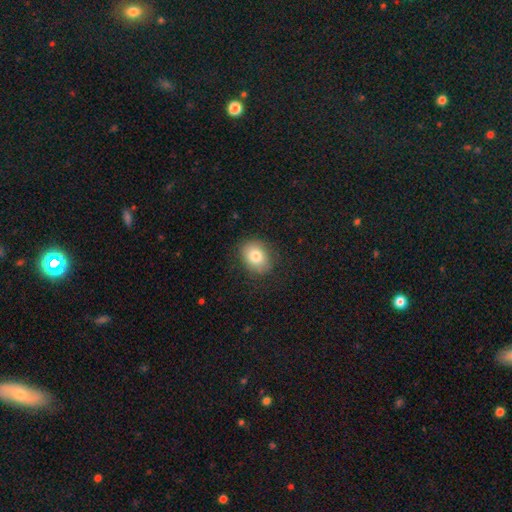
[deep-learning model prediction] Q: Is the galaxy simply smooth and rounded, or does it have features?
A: smooth — 80%.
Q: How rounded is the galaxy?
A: in between — 58%.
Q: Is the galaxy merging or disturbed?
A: none — 82%.